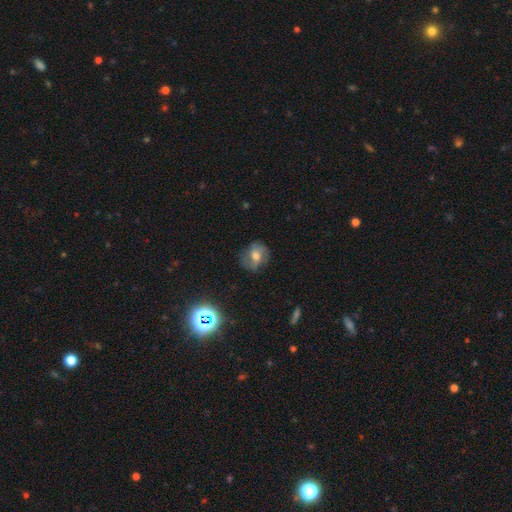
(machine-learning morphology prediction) Smooth or featured? smooth (51%)
How rounded? round (61%)
Merging? none (68%)